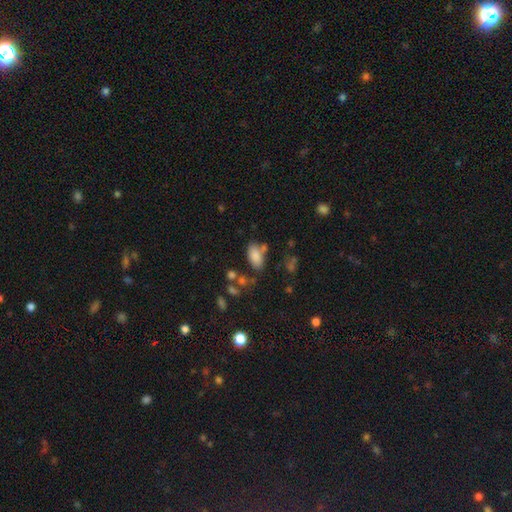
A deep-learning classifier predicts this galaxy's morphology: The model was most divided on "merging": none: 63%, minor disturbance: 16%, merger: 15%, major disturbance: 6%. More confident: how rounded — in between (92%); smooth or featured — smooth (83%).